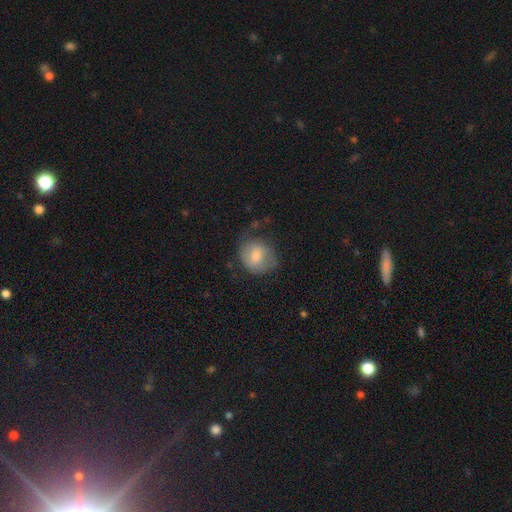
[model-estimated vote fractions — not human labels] Smooth or featured?
  - smooth: 63% *
  - featured or disk: 30%
  - star or artifact: 7%
How rounded?
  - round: 70% *
  - in between: 29%
  - cigar-shaped: 1%
Merging?
  - none: 57% *
  - minor disturbance: 27%
  - major disturbance: 13%
  - merger: 2%